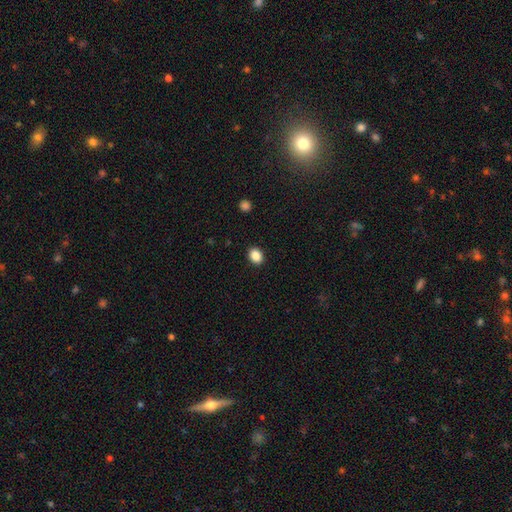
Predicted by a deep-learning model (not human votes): smooth-or-featured: smooth: 87% | star or artifact: 9% | featured or disk: 3%
  how-rounded: in between: 57% | round: 42% | cigar-shaped: 1%
  merging: none: 91% | minor disturbance: 7% | major disturbance: 2% | merger: 1%